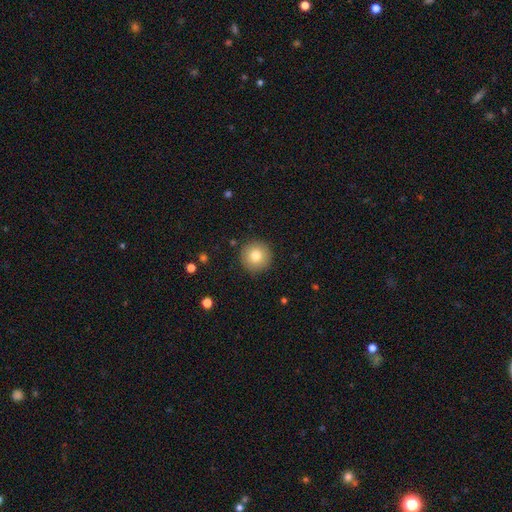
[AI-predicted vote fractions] Overall: smooth (79%). How rounded: round (96%). Merging: none (91%).